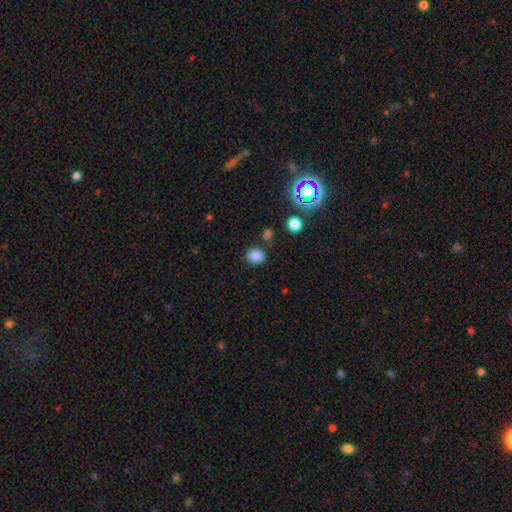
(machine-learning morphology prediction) Smooth or featured? Predicted: smooth (p=0.82). How rounded? Predicted: round (p=0.54). Merging? Predicted: none (p=0.79).